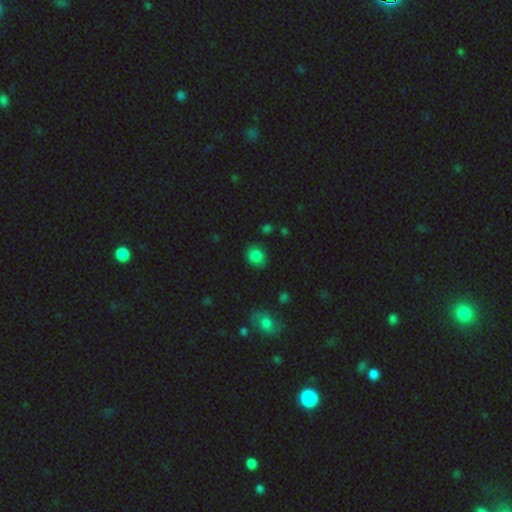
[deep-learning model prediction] smooth_or_featured: smooth (p=0.83) [alt: star or artifact p=0.11]
how_rounded: round (p=0.71) [alt: in between p=0.28]
merging: none (p=0.81) [alt: minor disturbance p=0.14]